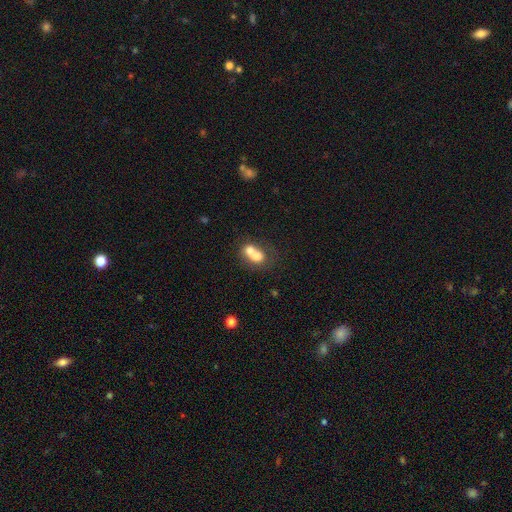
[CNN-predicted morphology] Q: Smooth or featured?
A: smooth (65%); runner-up: featured or disk (25%)
Q: How rounded?
A: round (51%); runner-up: in between (48%)
Q: Merging?
A: merger (70%); runner-up: none (20%)